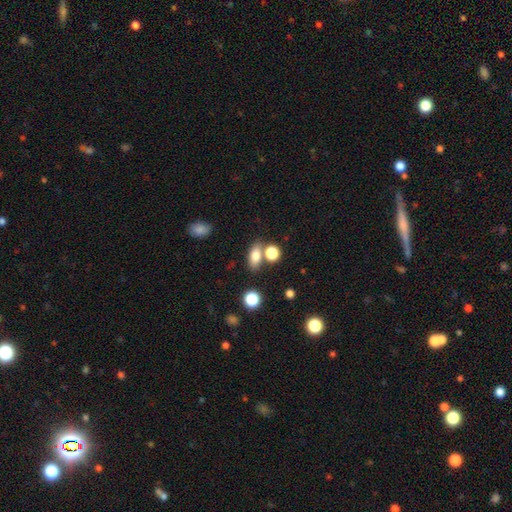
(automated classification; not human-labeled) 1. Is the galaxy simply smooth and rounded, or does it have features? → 78% smooth, 11% star or artifact, 11% featured or disk.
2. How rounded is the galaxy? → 77% in between, 16% round, 8% cigar-shaped.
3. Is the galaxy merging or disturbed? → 63% none, 21% merger, 11% minor disturbance, 4% major disturbance.